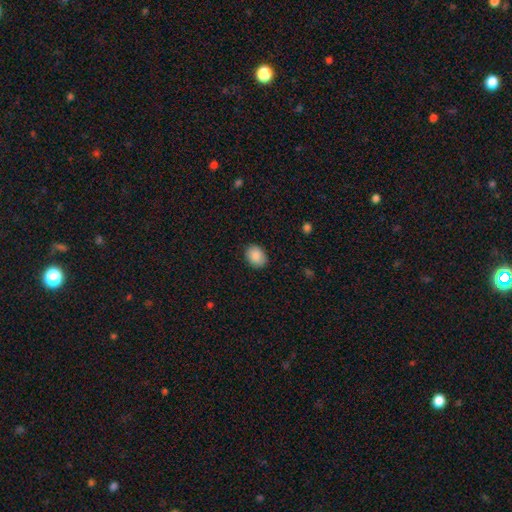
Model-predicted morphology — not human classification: smooth 89%, star or artifact 7%, featured or disk 4%. Down the decision tree: how rounded — in between (57%); merging — none (87%).